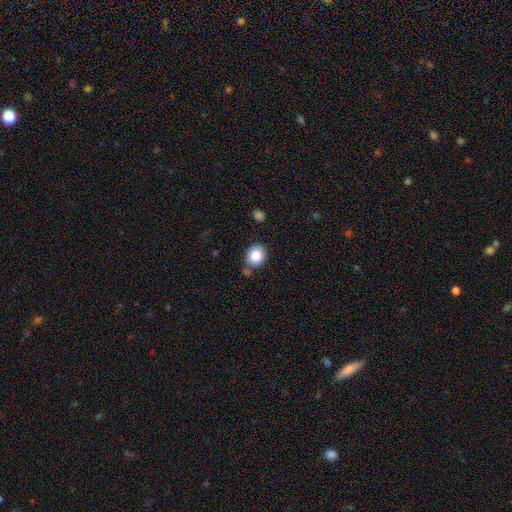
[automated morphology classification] This appears to be a smooth galaxy with no disk features (84%) that is round (64%). Merging: none (73%).